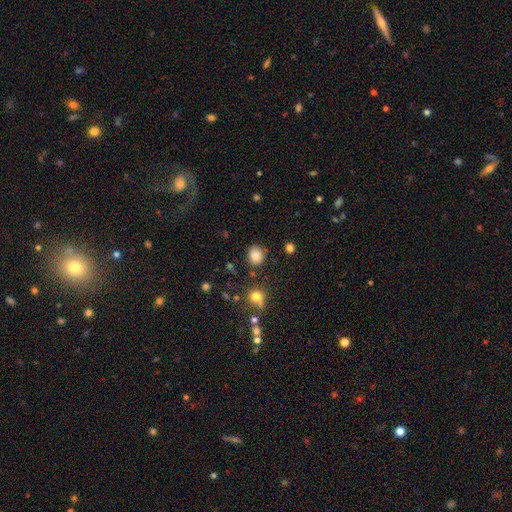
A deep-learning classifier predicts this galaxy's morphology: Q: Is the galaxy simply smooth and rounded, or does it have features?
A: smooth — 83%.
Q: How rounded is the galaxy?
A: round — 74%.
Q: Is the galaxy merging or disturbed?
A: none — 81%.